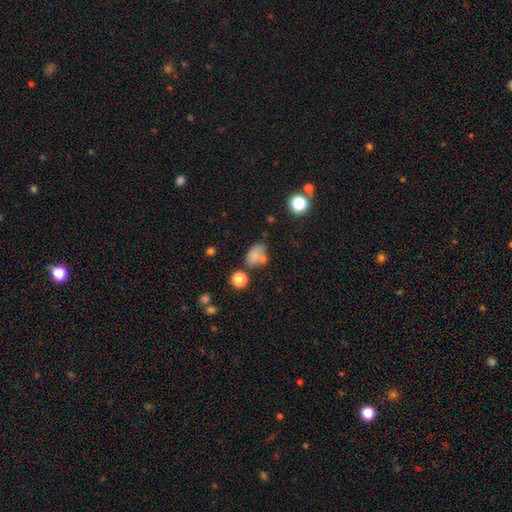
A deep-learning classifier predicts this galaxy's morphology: smooth_or_featured: smooth (p=0.74) [alt: featured or disk p=0.13]
how_rounded: in between (p=0.78) [alt: round p=0.20]
merging: none (p=0.48) [alt: merger p=0.24]